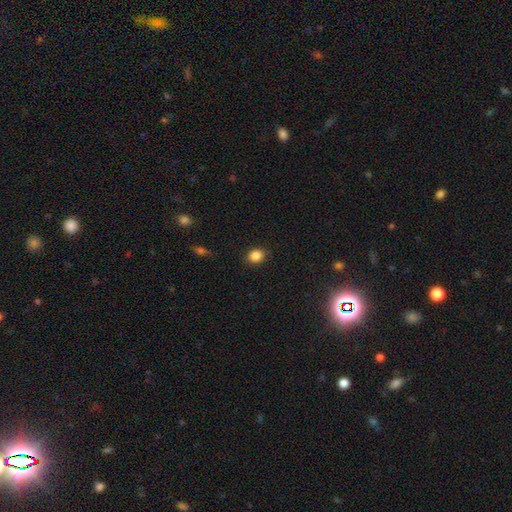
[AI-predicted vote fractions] Smooth or featured? smooth (86%)
How rounded? round (69%)
Merging? none (88%)